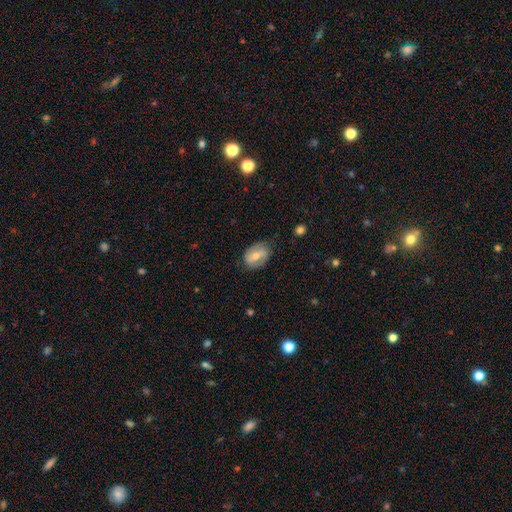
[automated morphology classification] Smooth or featured?
  - featured or disk: 49% *
  - smooth: 44%
  - star or artifact: 7%
Merging?
  - none: 74% *
  - minor disturbance: 20%
  - major disturbance: 5%
  - merger: 1%